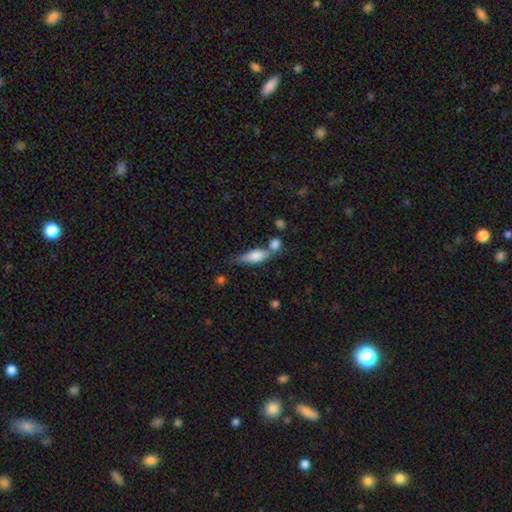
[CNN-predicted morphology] Smooth or featured? Predicted: smooth (p=0.68). How rounded? Predicted: in between (p=0.63). Merging? Predicted: none (p=0.42).